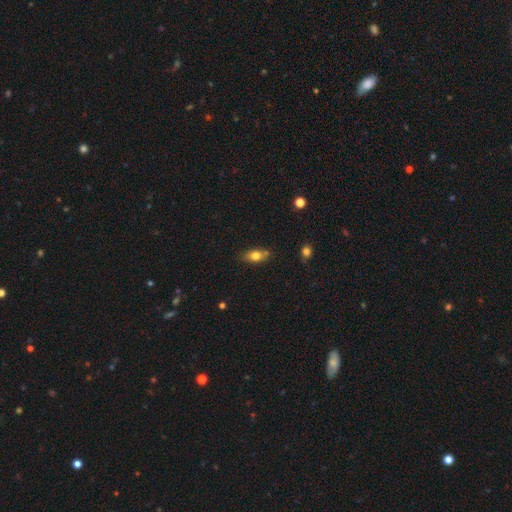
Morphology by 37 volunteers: smooth_or_featured: smooth (p=0.84) [alt: featured or disk p=0.14]
how_rounded: in between (p=0.84) [alt: round p=0.10]
merging: none (p=0.72) [alt: minor disturbance p=0.14]